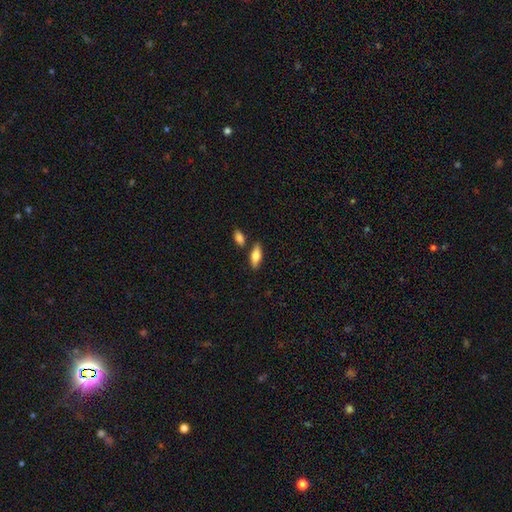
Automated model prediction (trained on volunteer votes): Smooth or featured?
  - smooth: 71% *
  - featured or disk: 23%
  - star or artifact: 6%
How rounded?
  - in between: 74% *
  - cigar-shaped: 23%
  - round: 3%
Merging?
  - none: 79% *
  - minor disturbance: 10%
  - merger: 9%
  - major disturbance: 2%